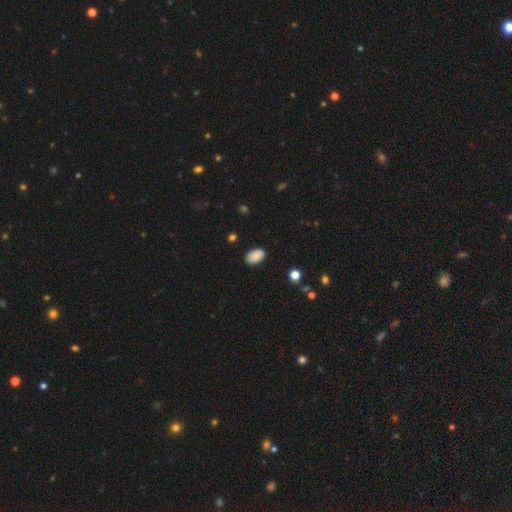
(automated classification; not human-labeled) Smooth or featured?
  - smooth: 85% *
  - star or artifact: 8%
  - featured or disk: 7%
How rounded?
  - in between: 90% *
  - round: 9%
  - cigar-shaped: 1%
Merging?
  - none: 82% *
  - minor disturbance: 14%
  - major disturbance: 3%
  - merger: 1%